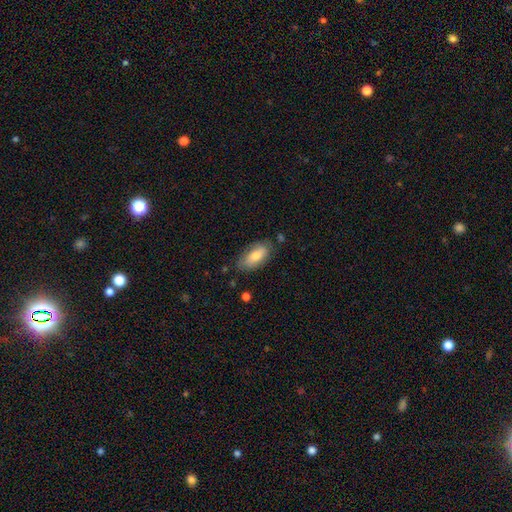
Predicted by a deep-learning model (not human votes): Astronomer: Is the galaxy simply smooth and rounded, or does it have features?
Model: smooth — 75%.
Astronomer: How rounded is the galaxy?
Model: in between — 88%.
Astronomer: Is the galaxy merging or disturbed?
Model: none — 74%.